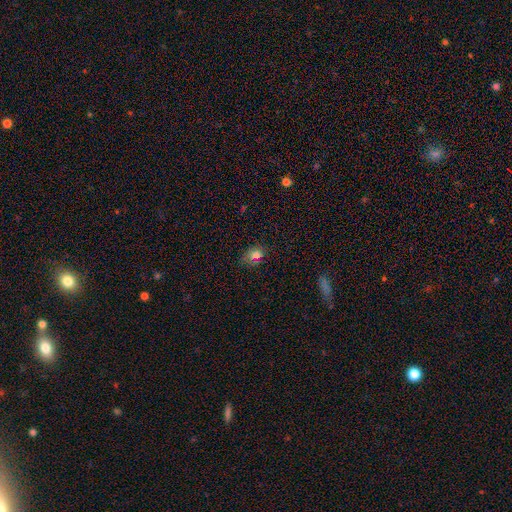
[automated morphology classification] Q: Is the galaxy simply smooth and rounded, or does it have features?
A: smooth — 71%.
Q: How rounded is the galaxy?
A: in between — 62%.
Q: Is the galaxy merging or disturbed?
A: none — 76%.